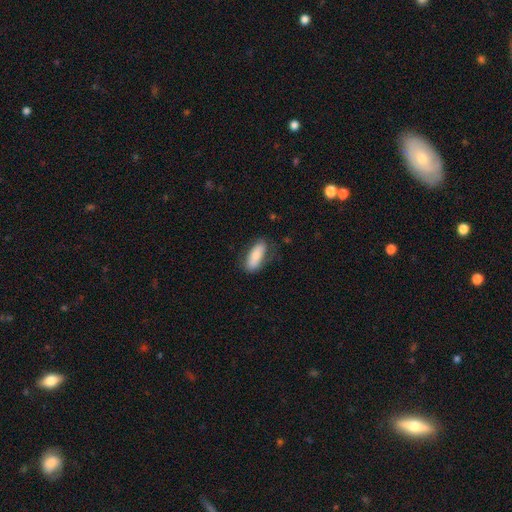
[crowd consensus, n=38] Morphology: type=smooth (87%); roundness=in between (67%); merging=none (75%).